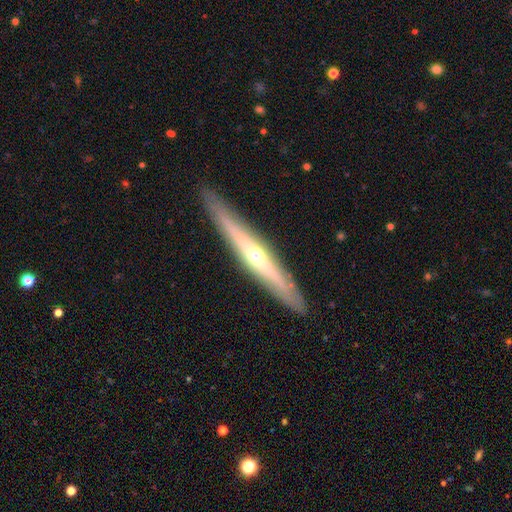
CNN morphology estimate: A featured or disk galaxy (70%) viewed edge-on (91%) with a rounded central bulge (80%). Merging: none (89%).